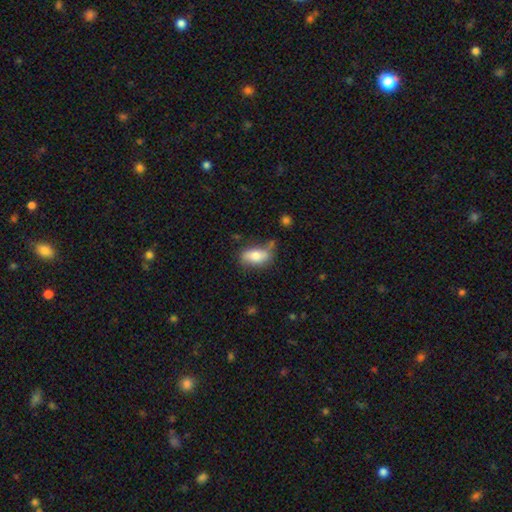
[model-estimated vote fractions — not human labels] Q: Smooth or featured?
A: smooth (71%); runner-up: featured or disk (22%)
Q: How rounded?
A: in between (87%); runner-up: cigar-shaped (8%)
Q: Merging?
A: none (59%); runner-up: minor disturbance (25%)